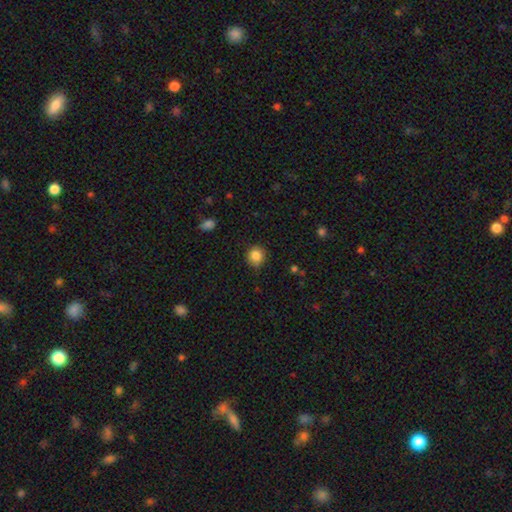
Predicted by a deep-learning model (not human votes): smooth_or_featured: smooth (p=0.85) [alt: star or artifact p=0.10]
how_rounded: round (p=0.90) [alt: in between p=0.09]
merging: none (p=0.85) [alt: minor disturbance p=0.12]